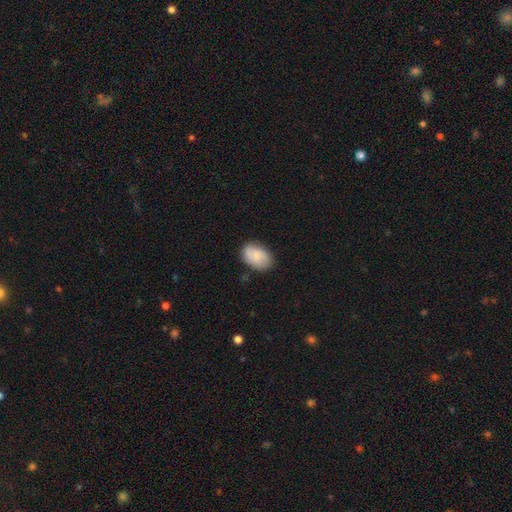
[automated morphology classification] smooth-or-featured: smooth: 78% | featured or disk: 15% | star or artifact: 7%
  how-rounded: in between: 88% | round: 11% | cigar-shaped: 1%
  merging: none: 79% | minor disturbance: 16% | major disturbance: 3% | merger: 2%